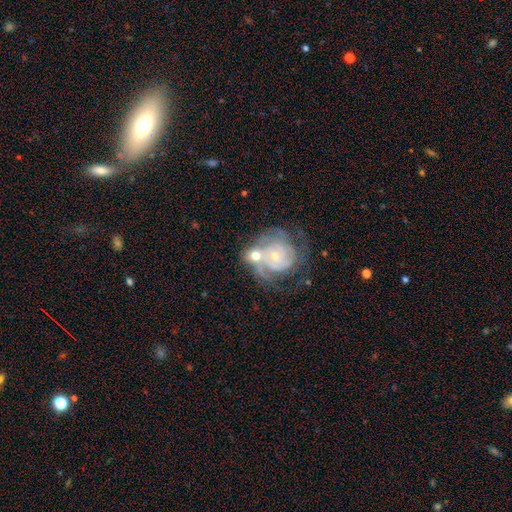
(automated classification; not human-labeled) The model was most divided on "spiral arm count": can't tell: 32%, 2: 25%, 3: 23%, 4: 9%, 1: 6%, more than 4: 5%. Remaining: edge-on disk — no (98%); spiral arms — yes (93%); smooth or featured — featured or disk (81%); bar — no (73%); bulge size — small (72%); spiral winding — tight (66%); merging — none (41%).